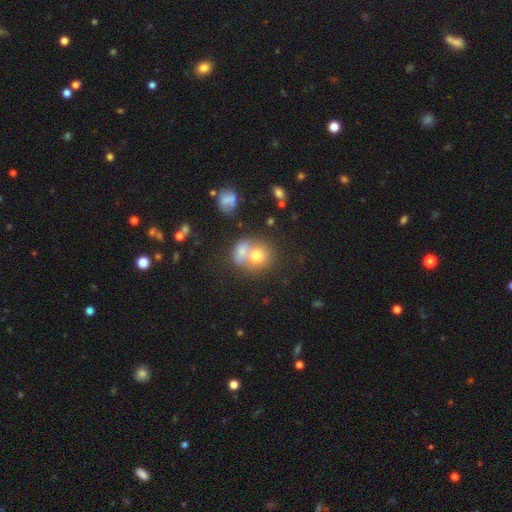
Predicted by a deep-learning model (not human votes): This appears to be a smooth galaxy with no disk features (70%) that is round (74%). Merging: merger (55%).